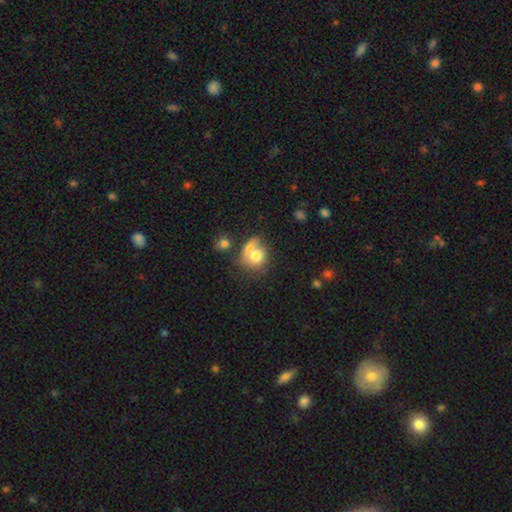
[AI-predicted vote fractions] Smooth or featured?
  - smooth: 71% *
  - featured or disk: 21%
  - star or artifact: 9%
How rounded?
  - round: 59% *
  - in between: 39%
  - cigar-shaped: 1%
Merging?
  - merger: 55% *
  - none: 27%
  - minor disturbance: 11%
  - major disturbance: 7%